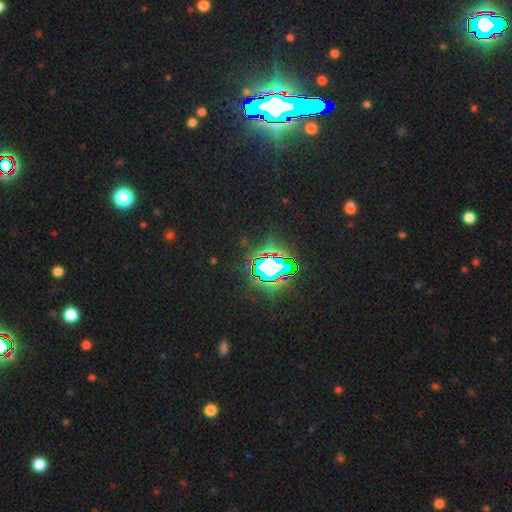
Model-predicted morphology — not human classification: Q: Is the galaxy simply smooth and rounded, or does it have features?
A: star or artifact — 85%.